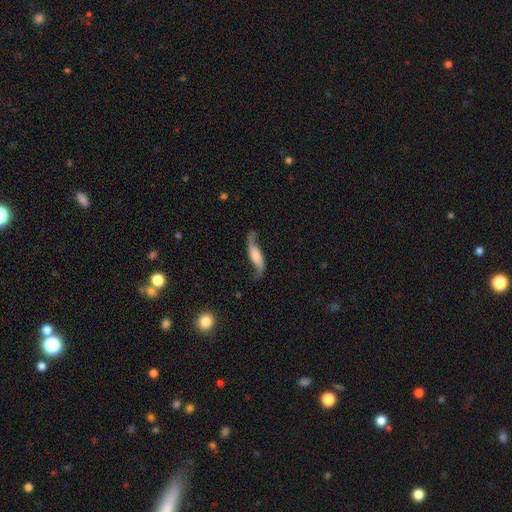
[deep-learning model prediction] Smooth or featured? Predicted: featured or disk (p=0.74). Edge-on disk? Predicted: no (p=0.82). Bar? Predicted: no (p=0.51). Spiral arms? Predicted: yes (p=0.94). Spiral winding? Predicted: loose (p=0.91). Spiral arm count? Predicted: 2 (p=0.92). Bulge size? Predicted: none (p=0.32). Merging? Predicted: none (p=0.66).